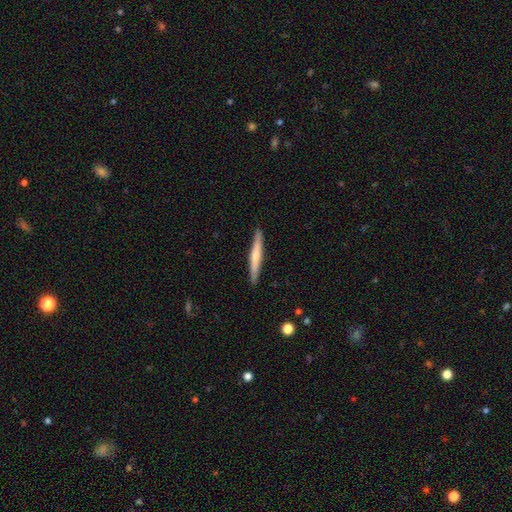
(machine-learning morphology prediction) The model was most divided on "smooth or featured": smooth: 49%, featured or disk: 46%, star or artifact: 5%. More confident: merging — none (91%).